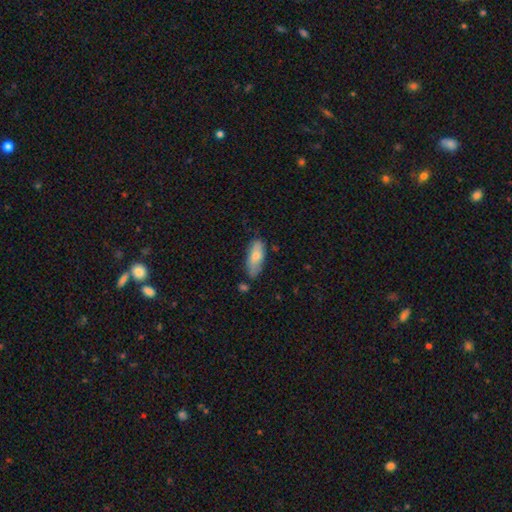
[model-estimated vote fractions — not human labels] smooth-or-featured: smooth: 70% | featured or disk: 23% | star or artifact: 6%
  how-rounded: in between: 75% | cigar-shaped: 22% | round: 2%
  merging: none: 66% | minor disturbance: 24% | merger: 5% | major disturbance: 4%